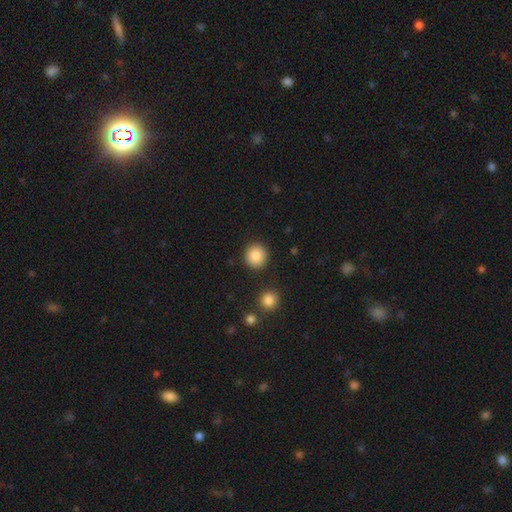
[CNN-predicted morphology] This is clearly a smooth galaxy (88%). How rounded: clearly round (91%). Merging: clearly none (89%).